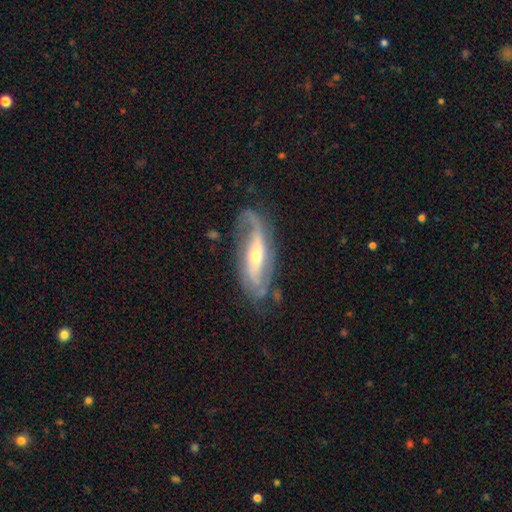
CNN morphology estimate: Overall: featured or disk (82%). Edge-on disk: no (87%). Bar: no (41%; weak 30%). Spiral arms: yes (91%). Spiral arm count: 2 (75%). Spiral winding: loose (43%; medium 37%). Bulge size: small (53%; moderate 42%). Merging: none (64%).